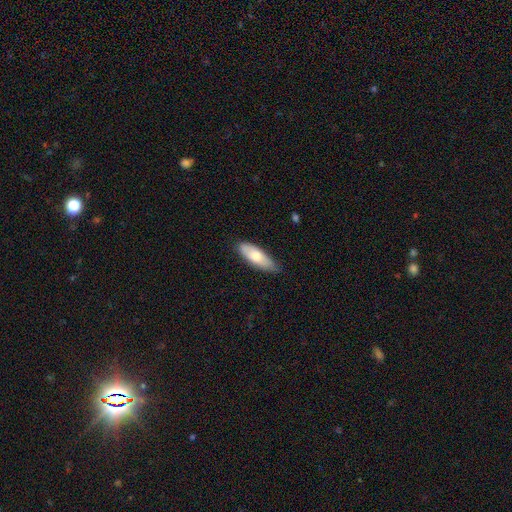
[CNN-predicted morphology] A smooth galaxy with no disk features (71%) that is in between round and cigar-shaped (66%).

Vote fractions:
- Smooth or featured? smooth: 71% / featured or disk: 23% / star or artifact: 6%
- How rounded? in between: 66% / cigar-shaped: 32% / round: 2%
- Merging? none: 75% / minor disturbance: 20% / major disturbance: 3% / merger: 1%